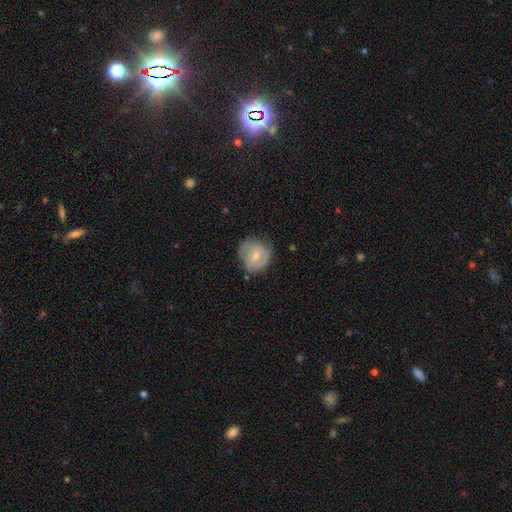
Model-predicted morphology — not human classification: featured or disk 60%, smooth 34%, star or artifact 6%. Down the decision tree: edge-on disk — no (97%); bar — no (57%); spiral arms — yes (85%); bulge size — small (51%); merging — none (62%).